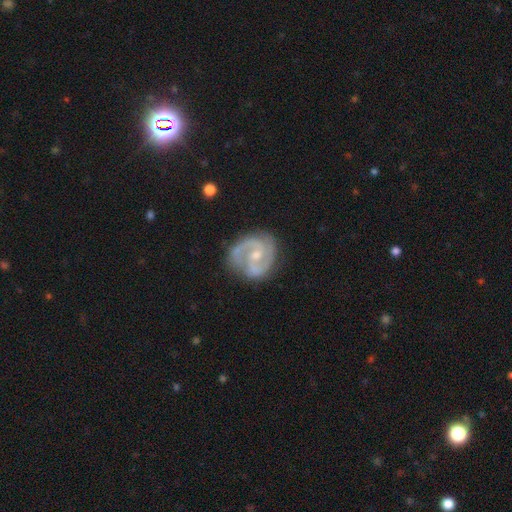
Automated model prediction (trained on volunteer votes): Smooth or featured? Predicted: featured or disk (p=0.90). Edge-on disk? Predicted: no (p=0.98). Bar? Predicted: weak (p=0.45). Spiral arms? Predicted: yes (p=0.98). Spiral winding? Predicted: medium (p=0.54). Spiral arm count? Predicted: 2 (p=0.87). Bulge size? Predicted: small (p=0.51). Merging? Predicted: none (p=0.76).